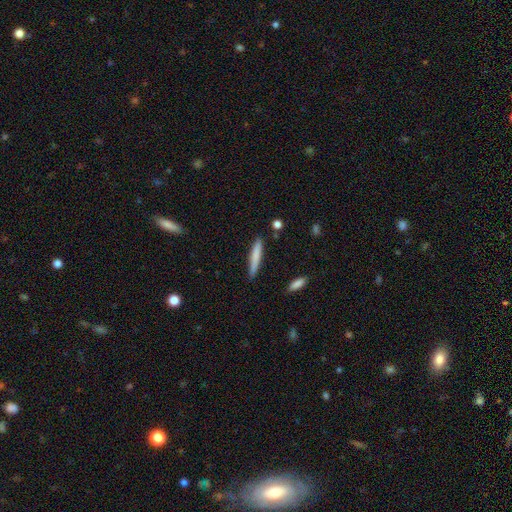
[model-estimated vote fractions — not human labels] smooth-or-featured: smooth: 75% | featured or disk: 19% | star or artifact: 6%
  how-rounded: cigar-shaped: 94% | in between: 5% | round: 1%
  merging: none: 85% | minor disturbance: 11% | merger: 2% | major disturbance: 2%